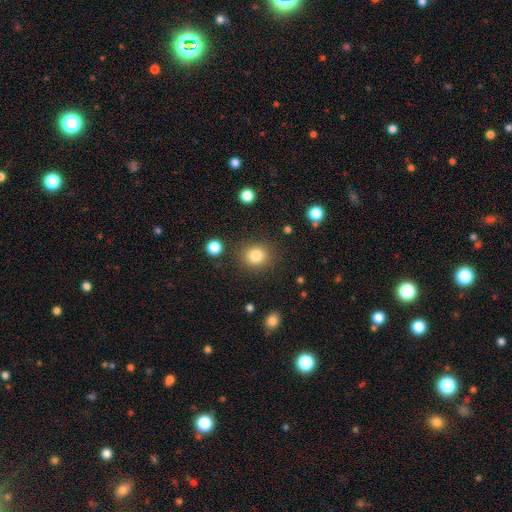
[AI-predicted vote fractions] Smooth or featured? smooth (84%)
How rounded? round (82%)
Merging? none (85%)